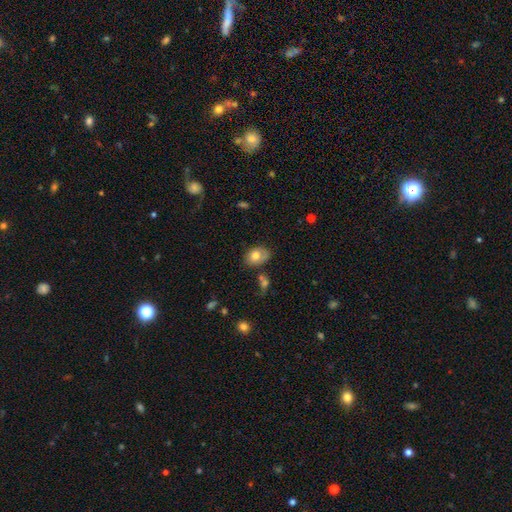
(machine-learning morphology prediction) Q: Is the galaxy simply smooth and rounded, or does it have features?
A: smooth — 74%.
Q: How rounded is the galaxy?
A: in between — 74%.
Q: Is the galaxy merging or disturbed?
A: none — 62%.